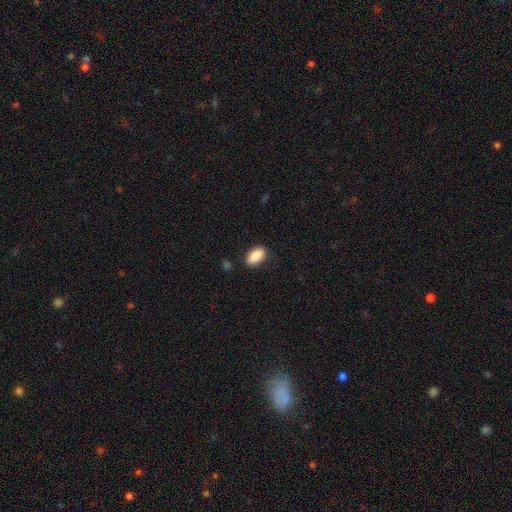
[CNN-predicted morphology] Q: Smooth or featured?
A: smooth (90%); runner-up: star or artifact (7%)
Q: How rounded?
A: in between (93%); runner-up: round (4%)
Q: Merging?
A: none (85%); runner-up: minor disturbance (11%)